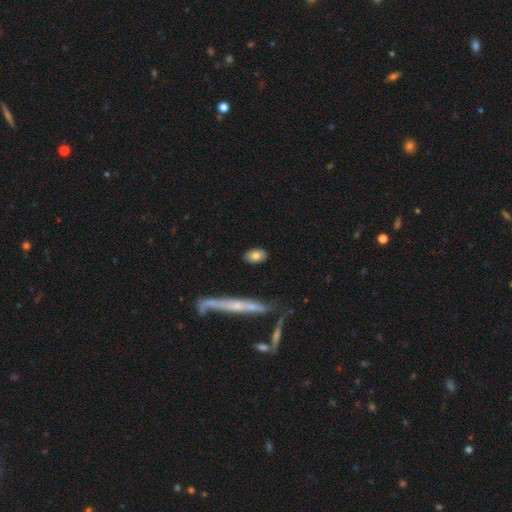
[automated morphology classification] A smooth galaxy with no disk features (79%) that is in between round and cigar-shaped (82%). Merging: none (86%).